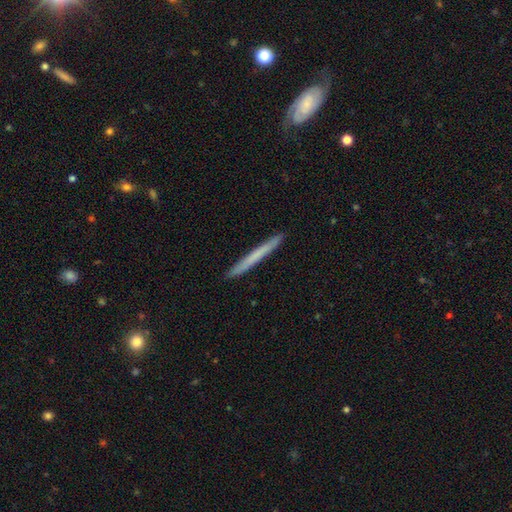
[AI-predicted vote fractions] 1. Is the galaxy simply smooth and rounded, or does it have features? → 60% smooth, 34% featured or disk, 6% star or artifact.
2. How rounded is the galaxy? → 97% cigar-shaped, 1% in between, 1% round.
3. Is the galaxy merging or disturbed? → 93% none, 5% minor disturbance, 1% major disturbance, 1% merger.